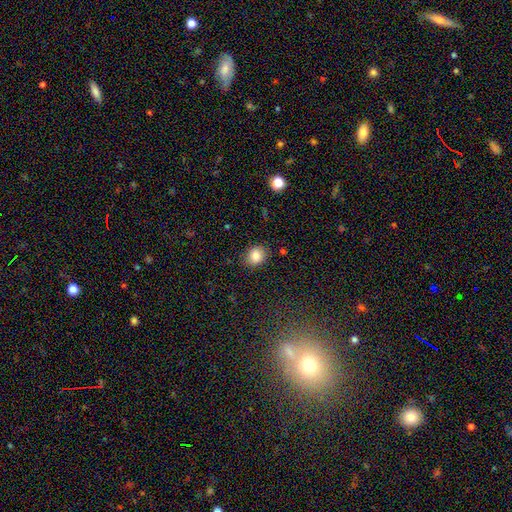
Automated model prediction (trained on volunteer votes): smooth 84%, star or artifact 9%, featured or disk 6%. Down the decision tree: how rounded — round (53%); merging — none (85%).